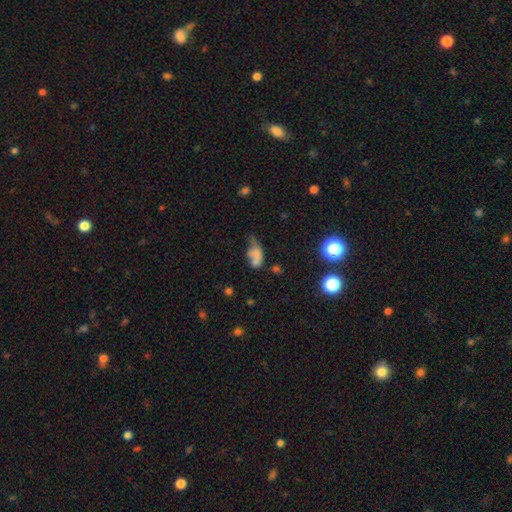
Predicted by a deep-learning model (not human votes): smooth 63%, featured or disk 21%, star or artifact 16%. Down the decision tree: how rounded — in between (84%); merging — major disturbance (31%, tied with minor disturbance).